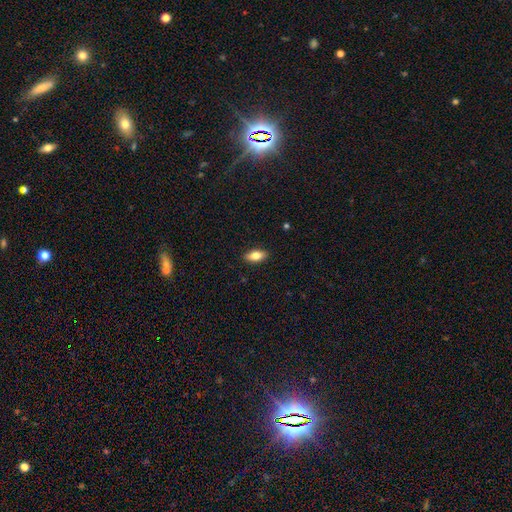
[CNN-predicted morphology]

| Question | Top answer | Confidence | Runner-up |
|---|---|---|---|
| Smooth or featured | smooth | 76% | featured or disk (17%) |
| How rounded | in between | 85% | cigar-shaped (12%) |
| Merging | none | 89% | minor disturbance (8%) |